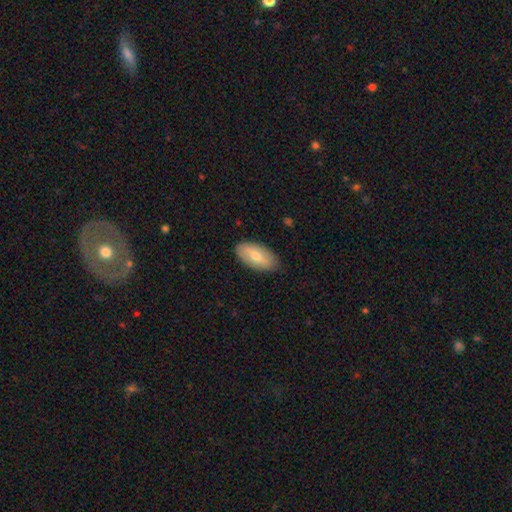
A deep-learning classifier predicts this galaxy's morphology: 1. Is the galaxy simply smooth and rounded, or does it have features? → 67% smooth, 27% featured or disk, 6% star or artifact.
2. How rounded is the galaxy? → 93% in between, 4% cigar-shaped, 3% round.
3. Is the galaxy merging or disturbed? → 85% none, 12% minor disturbance, 2% major disturbance, 1% merger.